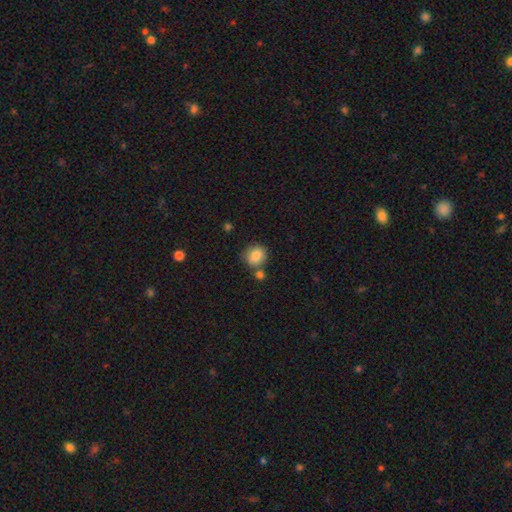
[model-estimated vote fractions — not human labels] This is clearly a smooth galaxy (86%). How rounded: likely round (65%). Merging: likely none (65%).